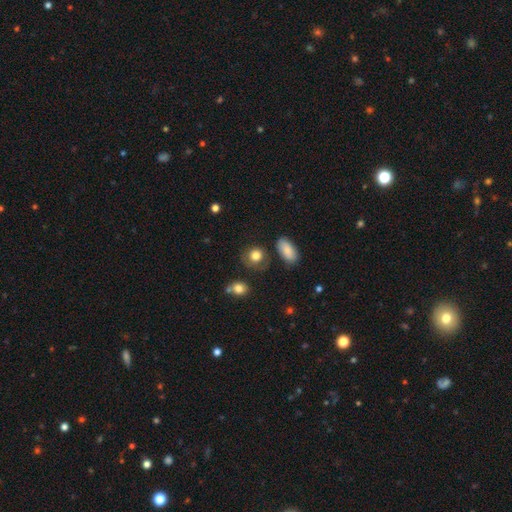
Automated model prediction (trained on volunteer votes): smooth 80%, featured or disk 11%, star or artifact 9%. Down the decision tree: how rounded — round (78%); merging — none (68%).